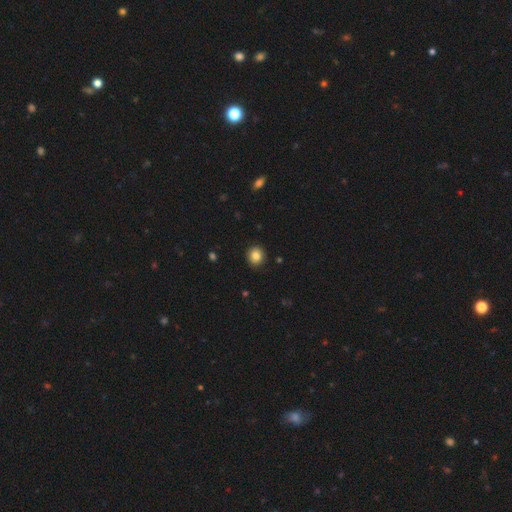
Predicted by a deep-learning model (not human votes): Morphology: type=smooth (85%); roundness=round (84%); merging=none (91%).